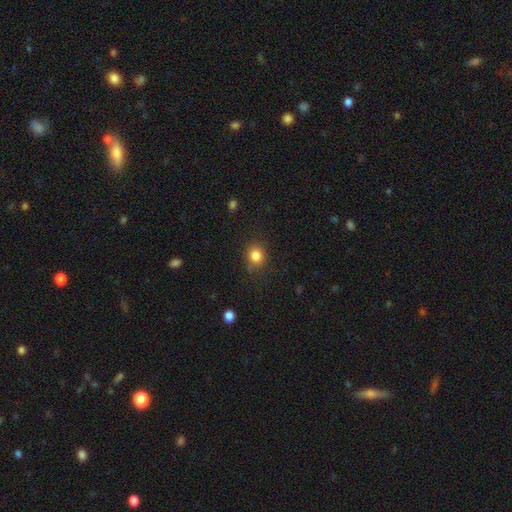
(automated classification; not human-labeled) Smooth or featured? smooth (84%)
How rounded? round (78%)
Merging? none (81%)